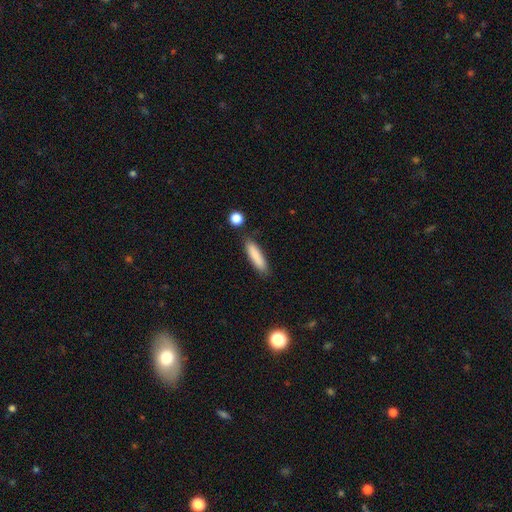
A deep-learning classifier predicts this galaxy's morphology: Smooth or featured? Predicted: smooth (p=0.85). How rounded? Predicted: cigar-shaped (p=0.76). Merging? Predicted: none (p=0.83).